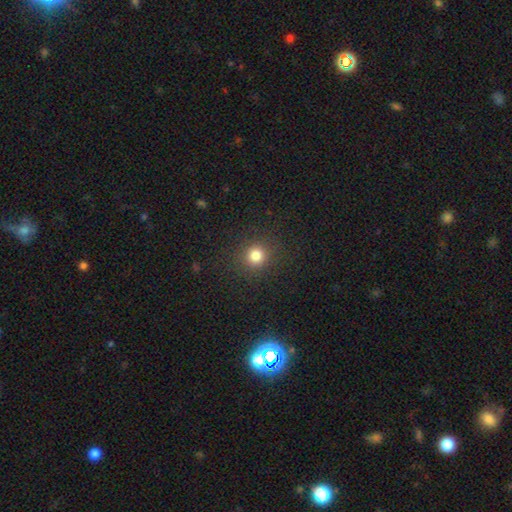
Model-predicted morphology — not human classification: A smooth galaxy with no disk features (81%) that is round (91%). Merging: none (90%).